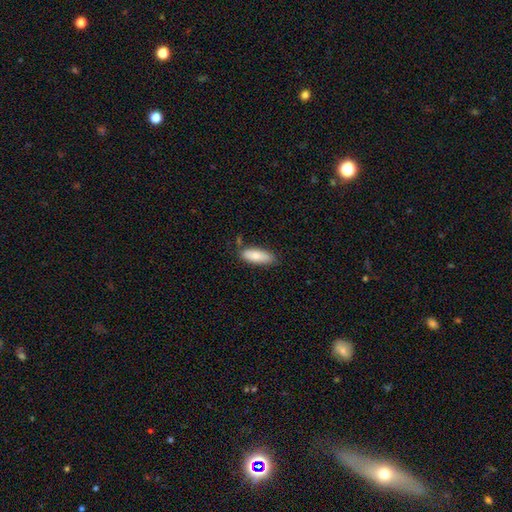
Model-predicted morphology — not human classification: Smooth or featured?
  - smooth: 80% *
  - featured or disk: 13%
  - star or artifact: 6%
How rounded?
  - in between: 72% *
  - cigar-shaped: 26%
  - round: 2%
Merging?
  - none: 76% *
  - minor disturbance: 17%
  - merger: 4%
  - major disturbance: 3%